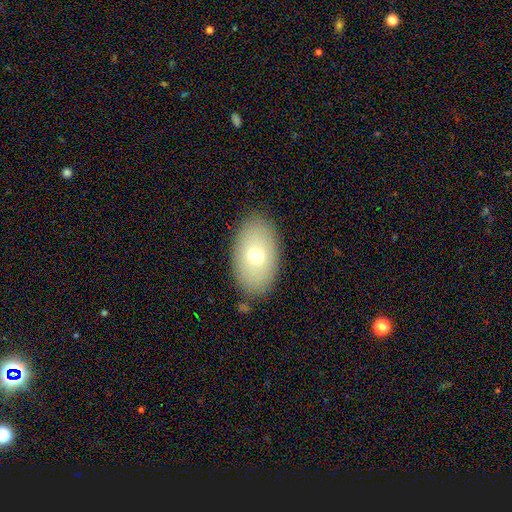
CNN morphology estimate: A smooth galaxy with no disk features (70%) that is in between round and cigar-shaped (93%). Merging: none (86%).